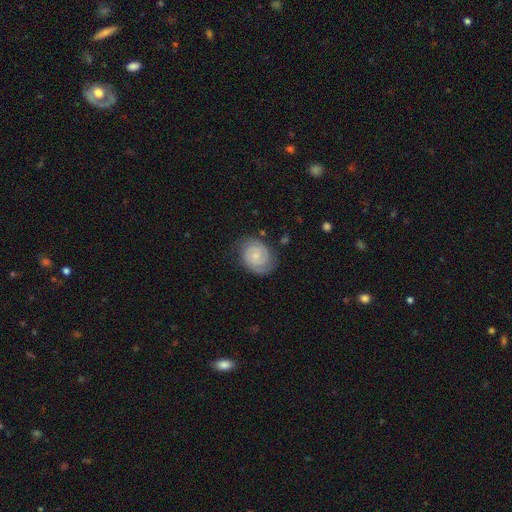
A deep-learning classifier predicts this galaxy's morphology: The model was most divided on "bar": no: 65%, weak: 30%, strong: 5%. More confident: edge-on disk — no (98%); spiral arms — yes (97%); smooth or featured — featured or disk (82%); spiral arm count — 2 (80%); merging — none (78%); bulge size — small (70%); spiral winding — tight (68%).